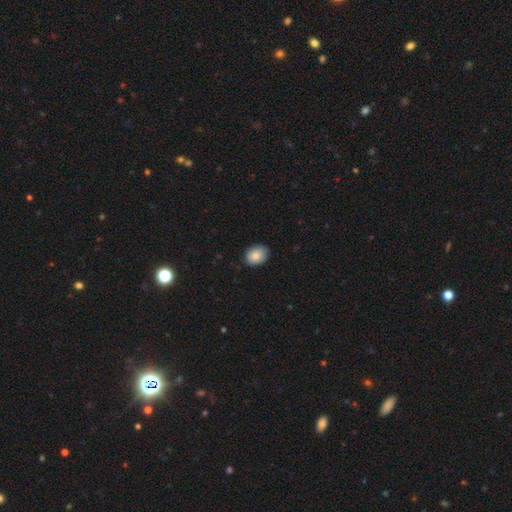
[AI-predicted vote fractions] Q: Smooth or featured?
A: smooth (87%); runner-up: star or artifact (7%)
Q: How rounded?
A: in between (59%); runner-up: round (40%)
Q: Merging?
A: none (84%); runner-up: minor disturbance (13%)